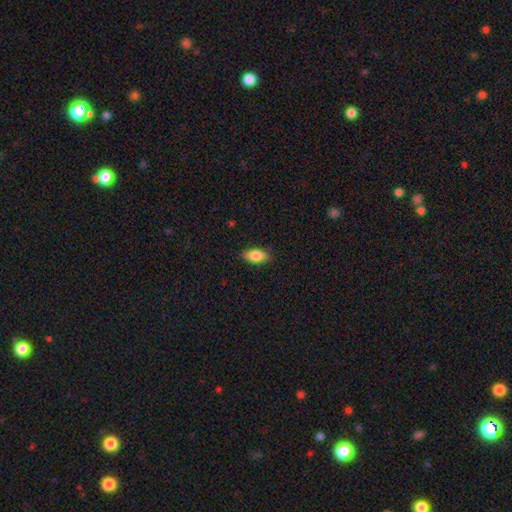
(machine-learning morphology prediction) type=smooth (80%); roundness=in between (86%); merging=none (84%).